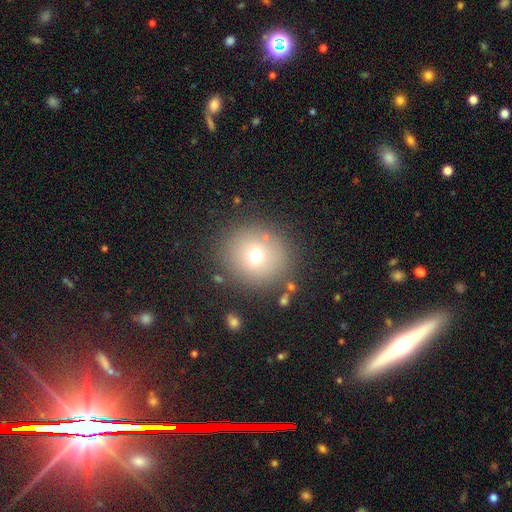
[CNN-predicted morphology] smooth-or-featured: smooth: 69% | star or artifact: 18% | featured or disk: 14%
  how-rounded: round: 90% | in between: 9% | cigar-shaped: 1%
  merging: none: 83% | minor disturbance: 8% | major disturbance: 5% | merger: 3%